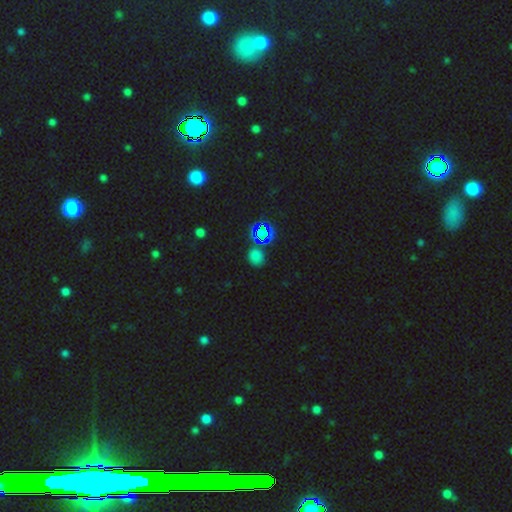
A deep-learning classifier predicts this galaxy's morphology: smooth 59%, star or artifact 36%, featured or disk 5%. Down the decision tree: how rounded — round (75%); merging — none (77%).